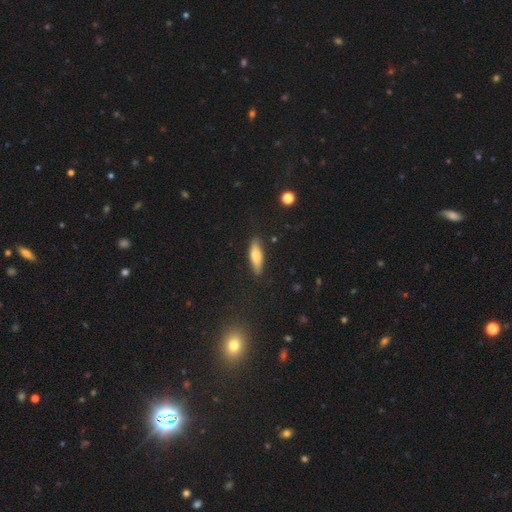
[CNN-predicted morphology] smooth 68%, featured or disk 26%, star or artifact 6%. Down the decision tree: how rounded — cigar-shaped (51%); merging — none (86%).